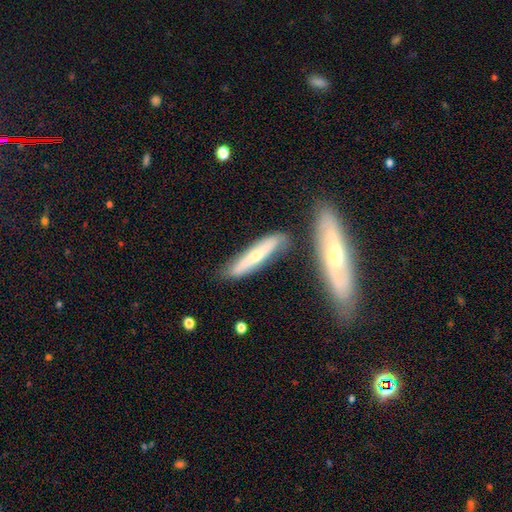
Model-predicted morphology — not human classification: Smooth or featured: featured or disk — 50% (smooth — 44%)
Edge-on disk: yes — 78% (no — 22%)
Merging: none — 74% (minor disturbance — 13%)